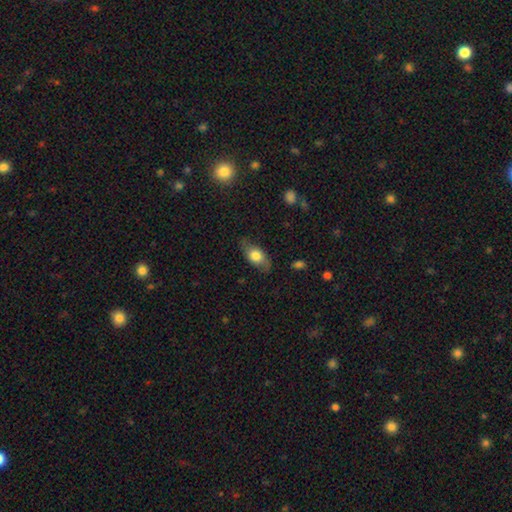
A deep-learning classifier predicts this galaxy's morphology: A smooth galaxy with no disk features (67%) that is in between round and cigar-shaped (83%).

Vote fractions:
- Smooth or featured? smooth: 67% / featured or disk: 26% / star or artifact: 7%
- How rounded? in between: 83% / round: 10% / cigar-shaped: 6%
- Merging? none: 73% / minor disturbance: 20% / major disturbance: 6% / merger: 1%